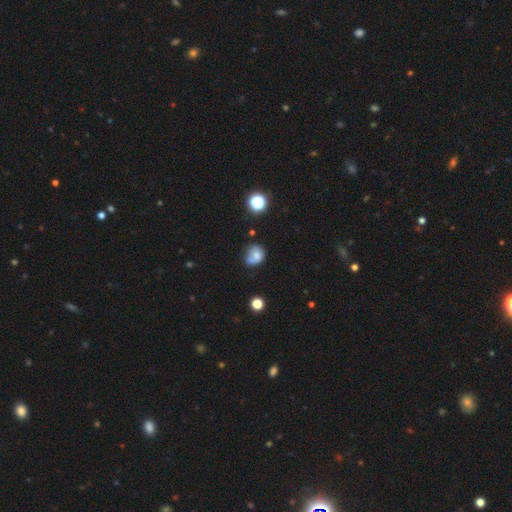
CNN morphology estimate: This appears to be a smooth galaxy with no disk features (68%) that is round (65%). Merging: none (43%).